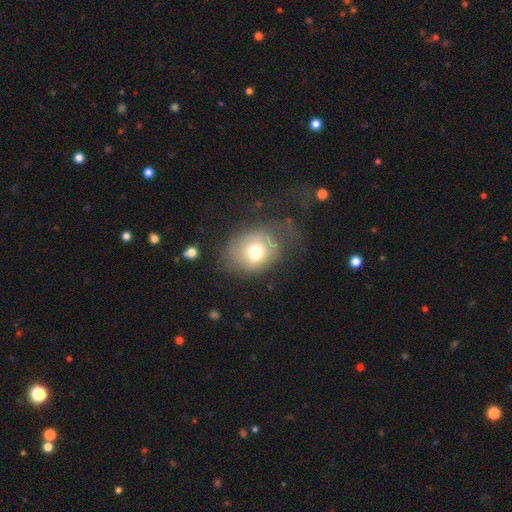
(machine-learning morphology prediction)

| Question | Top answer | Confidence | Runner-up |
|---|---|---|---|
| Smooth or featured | smooth | 63% | featured or disk (27%) |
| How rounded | round | 55% | in between (45%) |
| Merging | none | 36% | major disturbance (34%) |